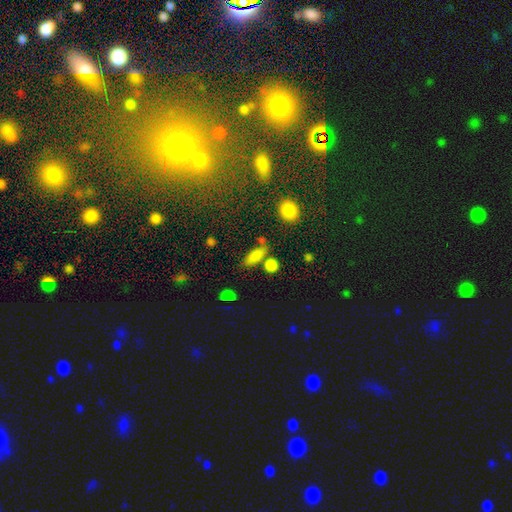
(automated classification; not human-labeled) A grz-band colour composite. It shows a smooth galaxy with no disk features (80%) that is in between round and cigar-shaped (56%). Merging: none (64%).